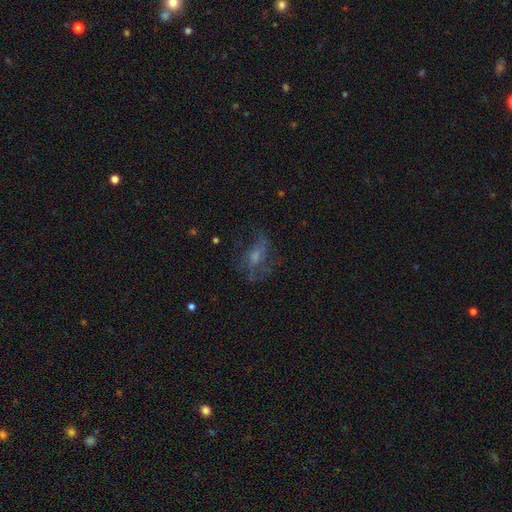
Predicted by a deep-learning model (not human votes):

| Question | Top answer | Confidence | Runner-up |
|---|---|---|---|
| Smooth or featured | featured or disk | 51% | smooth (34%) |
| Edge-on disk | no | 93% | yes (7%) |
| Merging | none | 50% | major disturbance (28%) |